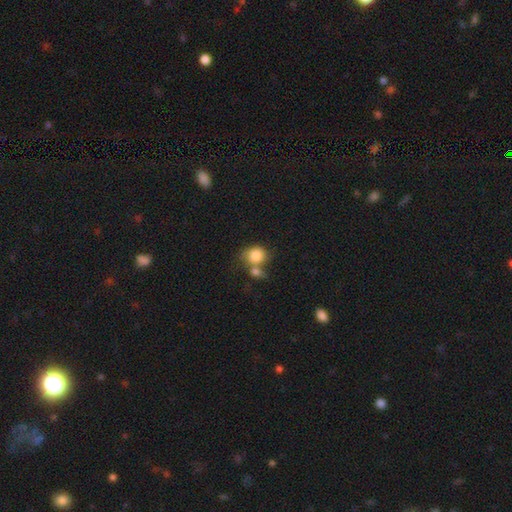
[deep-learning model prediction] Smooth or featured? Predicted: smooth (p=0.82). How rounded? Predicted: round (p=0.65). Merging? Predicted: merger (p=0.47).